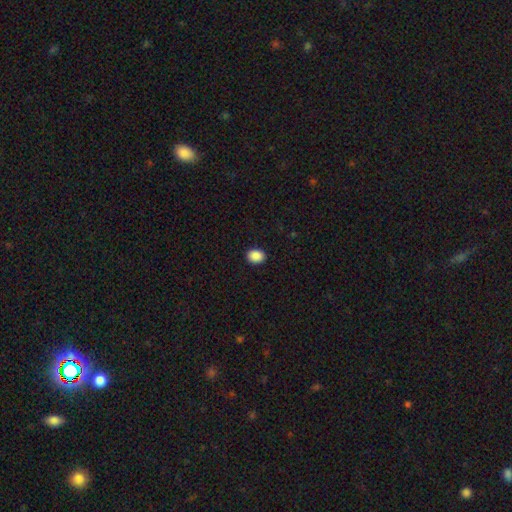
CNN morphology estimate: Smooth or featured: smooth — 89% (star or artifact — 8%)
How rounded: in between — 59% (round — 40%)
Merging: none — 91% (minor disturbance — 6%)